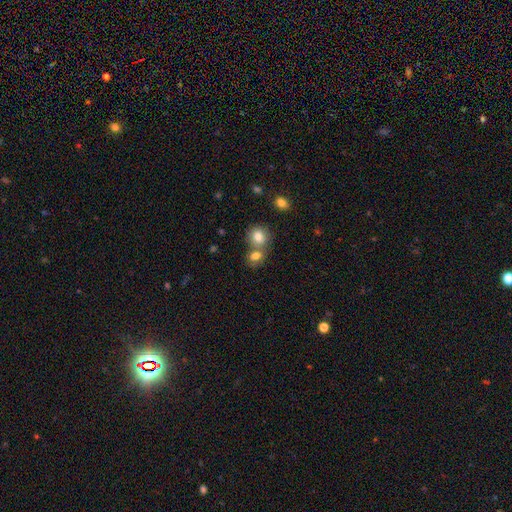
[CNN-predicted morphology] A smooth galaxy with no disk features (78%) that is round (60%).

Vote fractions:
- Smooth or featured? smooth: 78% / featured or disk: 12% / star or artifact: 11%
- How rounded? round: 60% / in between: 39% / cigar-shaped: 1%
- Merging? merger: 48% / none: 41% / minor disturbance: 8% / major disturbance: 3%